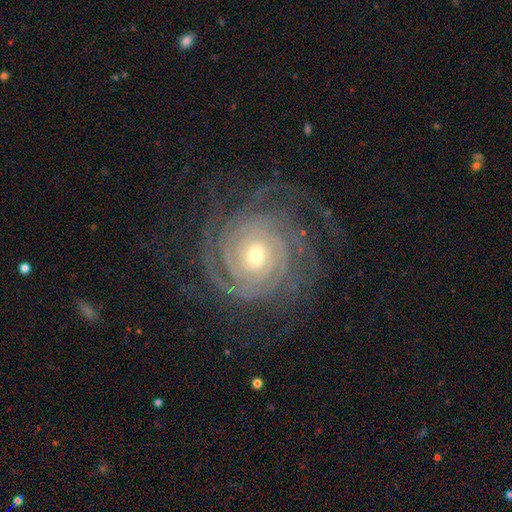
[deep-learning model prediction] smooth-or-featured: featured or disk: 91% | star or artifact: 6% | smooth: 4%
  disk-edge-on: no: 97% | yes: 3%
    bar: no: 50% | weak: 34% | strong: 16%
    has-spiral-arms: yes: 98% | no: 2%
      spiral-winding: tight: 85% | medium: 13% | loose: 2%
      spiral-arm-count: 4: 22% (tied) | can't tell: 22% (tied) | more than 4: 17% | 3: 17% | 2: 14% | 1: 8%
    bulge-size: small: 53% | moderate: 43% | large: 2% | none: 1% | dominant: 1%
  merging: none: 77% | minor disturbance: 14% | major disturbance: 8% | merger: 1%